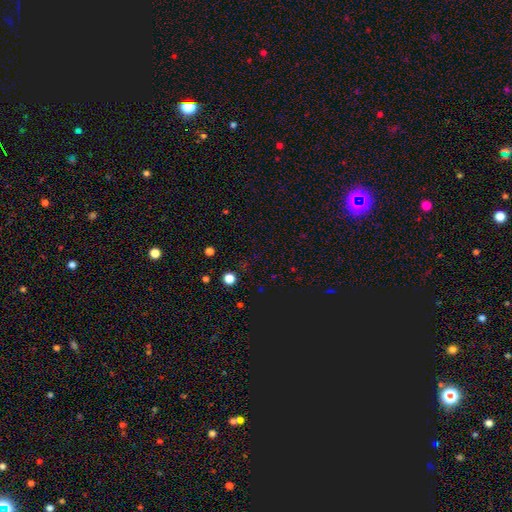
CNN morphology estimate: smooth_or_featured: star or artifact (p=0.60) [alt: smooth p=0.34]